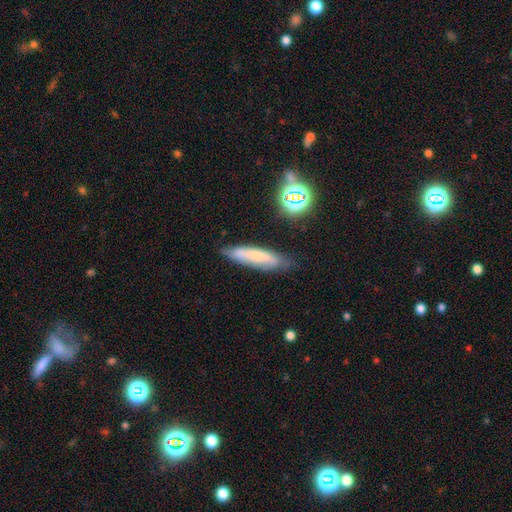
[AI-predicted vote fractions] The model was most divided on "smooth or featured": smooth: 54%, featured or disk: 33%, star or artifact: 13%. More confident: how rounded — cigar-shaped (75%); merging — none (72%).